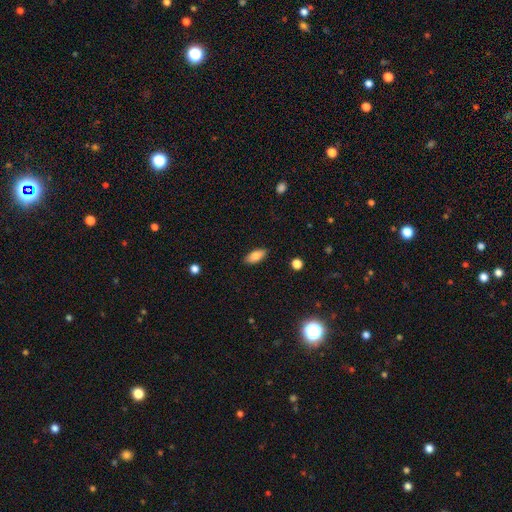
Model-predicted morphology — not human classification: A smooth galaxy with no disk features (82%) that is in between round and cigar-shaped (88%).

Vote fractions:
- Smooth or featured? smooth: 82% / featured or disk: 10% / star or artifact: 7%
- How rounded? in between: 88% / cigar-shaped: 9% / round: 3%
- Merging? none: 88% / minor disturbance: 9% / major disturbance: 2% / merger: 1%